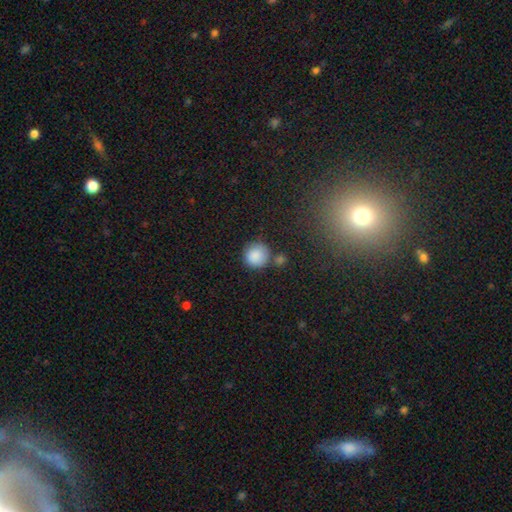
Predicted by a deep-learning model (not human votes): The model was most divided on "merging": none: 73%, minor disturbance: 13%, merger: 11%, major disturbance: 4%. More confident: how rounded — round (93%); smooth or featured — smooth (87%).